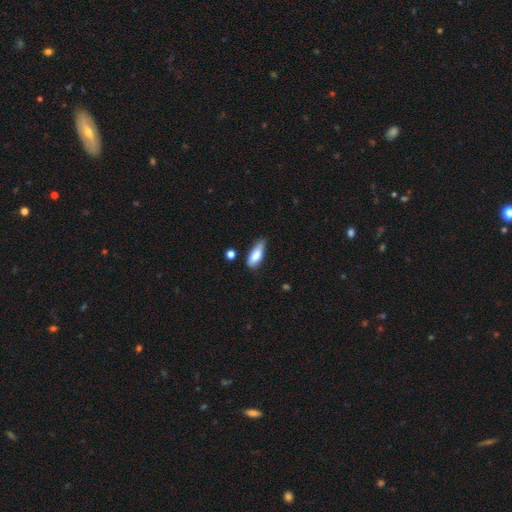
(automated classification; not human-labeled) smooth 78%, featured or disk 15%, star or artifact 7%. Down the decision tree: how rounded — in between (69%); merging — none (44%).